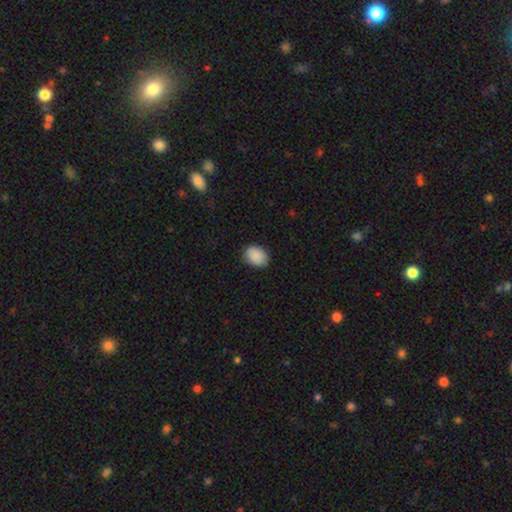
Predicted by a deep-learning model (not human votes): Q: Smooth or featured?
A: smooth (90%); runner-up: star or artifact (7%)
Q: How rounded?
A: in between (68%); runner-up: round (31%)
Q: Merging?
A: none (85%); runner-up: minor disturbance (12%)